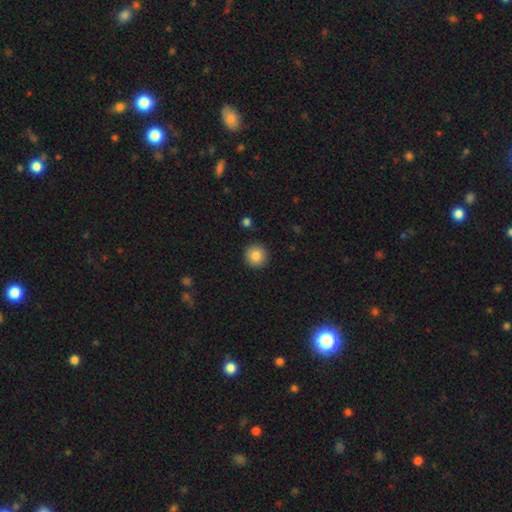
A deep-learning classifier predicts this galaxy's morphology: Smooth or featured?
  - smooth: 84% *
  - star or artifact: 9%
  - featured or disk: 7%
How rounded?
  - round: 95% *
  - in between: 4%
  - cigar-shaped: 1%
Merging?
  - none: 92% *
  - minor disturbance: 5%
  - major disturbance: 2%
  - merger: 1%